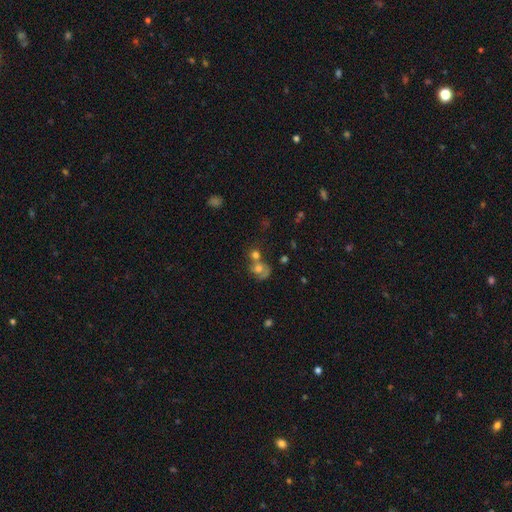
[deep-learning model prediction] Q: Smooth or featured?
A: smooth (59%); runner-up: featured or disk (27%)
Q: How rounded?
A: round (71%); runner-up: in between (28%)
Q: Merging?
A: merger (53%); runner-up: none (28%)